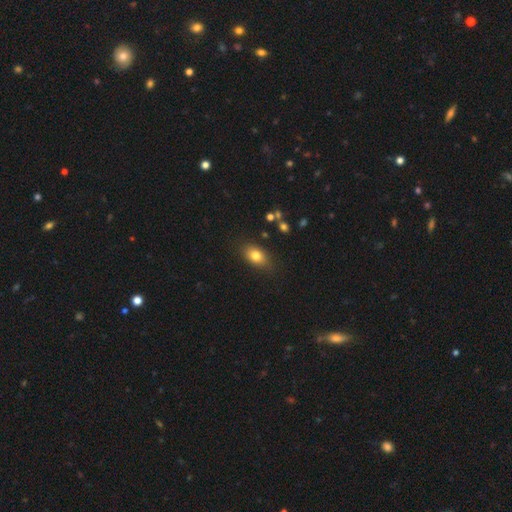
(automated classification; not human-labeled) smooth-or-featured: smooth: 80% | featured or disk: 11% | star or artifact: 9%
  how-rounded: in between: 82% | round: 15% | cigar-shaped: 3%
  merging: none: 81% | minor disturbance: 14% | major disturbance: 3% | merger: 2%